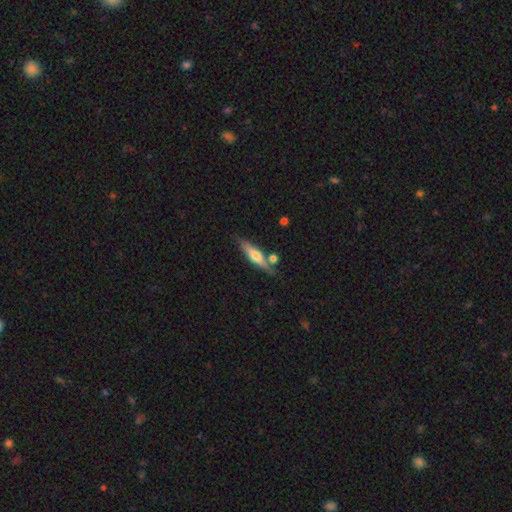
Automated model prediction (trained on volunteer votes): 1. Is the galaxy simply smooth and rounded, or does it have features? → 54% featured or disk, 39% smooth, 7% star or artifact.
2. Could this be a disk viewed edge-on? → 93% yes, 7% no.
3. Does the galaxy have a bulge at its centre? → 88% rounded, 6% boxy, 6% none.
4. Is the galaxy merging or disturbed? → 74% none, 13% minor disturbance, 10% merger, 3% major disturbance.